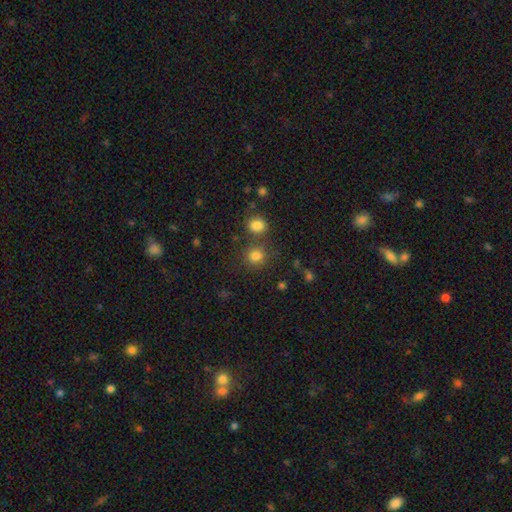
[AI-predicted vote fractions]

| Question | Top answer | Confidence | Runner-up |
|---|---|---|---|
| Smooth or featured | smooth | 80% | star or artifact (14%) |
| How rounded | round | 86% | in between (13%) |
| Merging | none | 72% | merger (16%) |